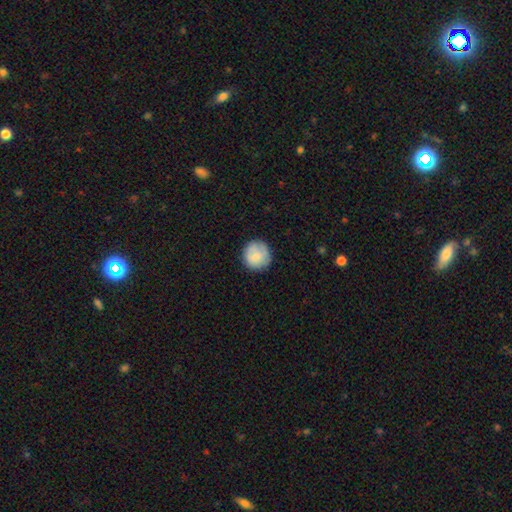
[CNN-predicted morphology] A smooth galaxy with no disk features (79%) that is round (94%).

Vote fractions:
- Smooth or featured? smooth: 79% / featured or disk: 14% / star or artifact: 7%
- How rounded? round: 94% / in between: 5% / cigar-shaped: 1%
- Merging? none: 84% / minor disturbance: 12% / major disturbance: 3% / merger: 1%